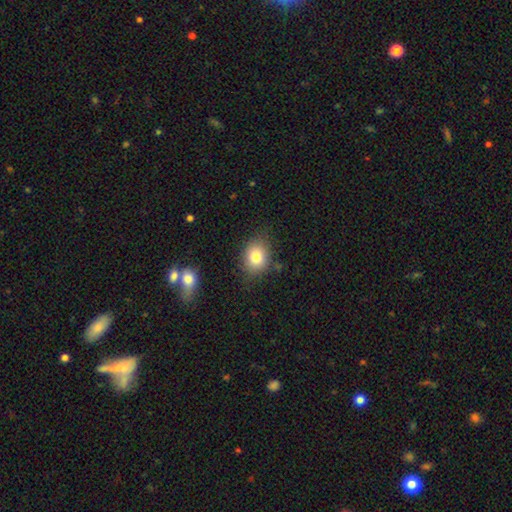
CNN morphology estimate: Smooth or featured?
  - smooth: 80% *
  - star or artifact: 10%
  - featured or disk: 9%
How rounded?
  - in between: 50% *
  - round: 49%
  - cigar-shaped: 1%
Merging?
  - none: 79% *
  - minor disturbance: 15%
  - major disturbance: 4%
  - merger: 3%